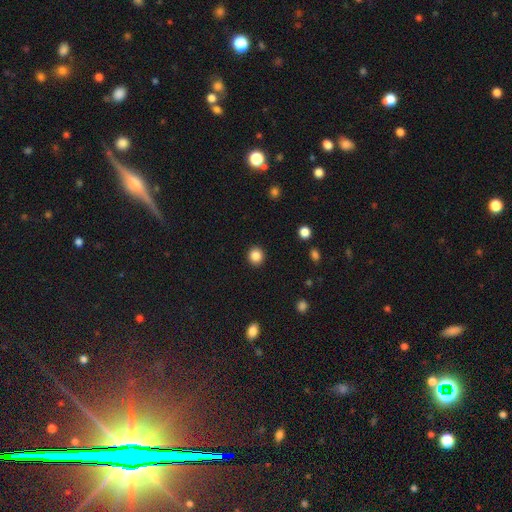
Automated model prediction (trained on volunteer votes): smooth 86%, star or artifact 10%, featured or disk 4%. Down the decision tree: how rounded — round (92%); merging — none (92%).